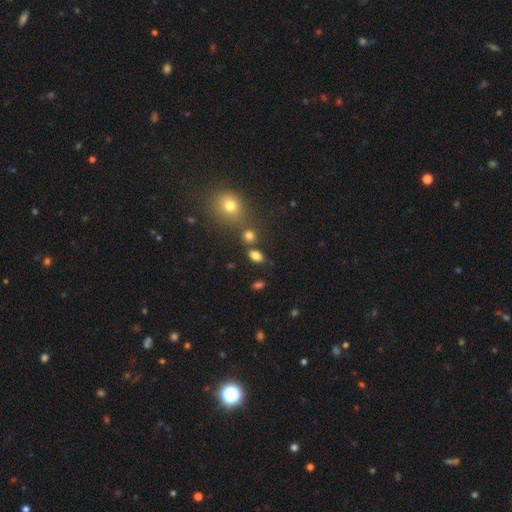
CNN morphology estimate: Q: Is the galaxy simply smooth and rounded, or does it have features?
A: smooth — 81%.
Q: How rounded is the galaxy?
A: in between — 82%.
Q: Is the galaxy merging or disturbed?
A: none — 73%.